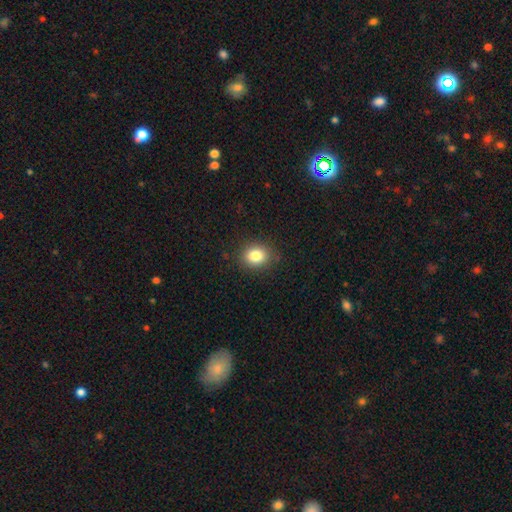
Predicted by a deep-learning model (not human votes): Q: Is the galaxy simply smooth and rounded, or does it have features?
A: smooth — 82%.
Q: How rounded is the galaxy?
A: round — 58%.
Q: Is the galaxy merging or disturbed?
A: none — 87%.